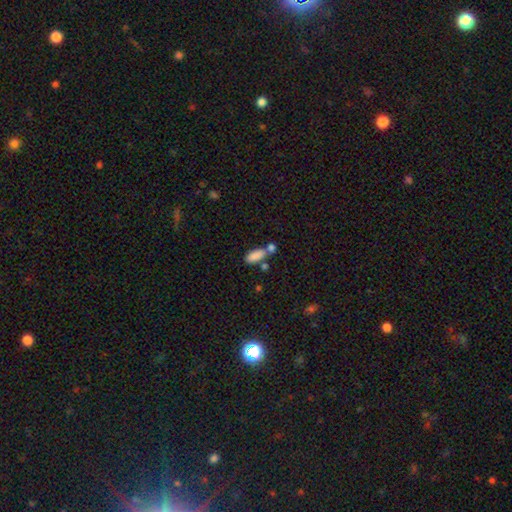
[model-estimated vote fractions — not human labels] The model was most divided on "merging": none: 49%, merger: 34%, minor disturbance: 13%, major disturbance: 5%. More confident: smooth or featured — smooth (86%); how rounded — in between (81%).